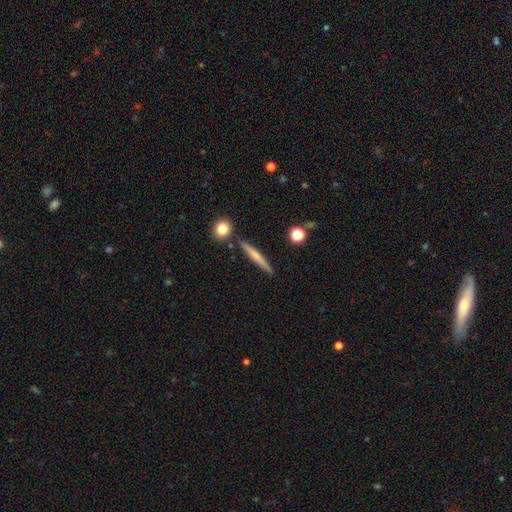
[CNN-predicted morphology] Q: Smooth or featured?
A: smooth (57%); runner-up: featured or disk (37%)
Q: How rounded?
A: cigar-shaped (93%); runner-up: in between (4%)
Q: Merging?
A: none (86%); runner-up: minor disturbance (8%)